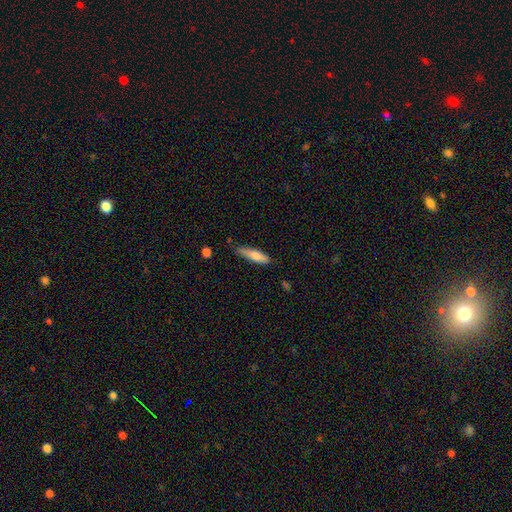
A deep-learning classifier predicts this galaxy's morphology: smooth-or-featured: smooth: 79% | featured or disk: 15% | star or artifact: 6%
  how-rounded: cigar-shaped: 69% | in between: 29% | round: 2%
  merging: none: 69% | minor disturbance: 24% | major disturbance: 4% | merger: 2%